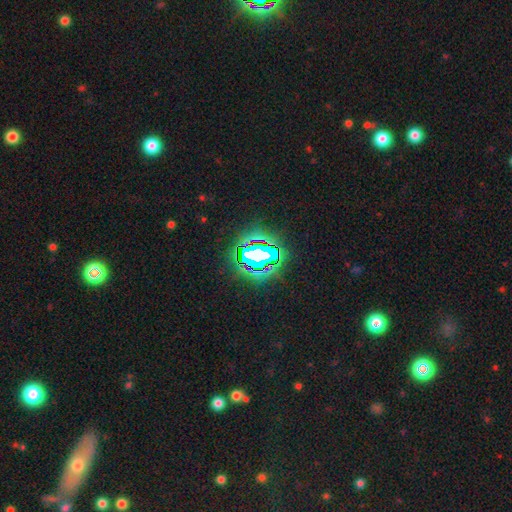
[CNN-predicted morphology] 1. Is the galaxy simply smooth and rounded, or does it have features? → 68% star or artifact, 18% smooth, 14% featured or disk.